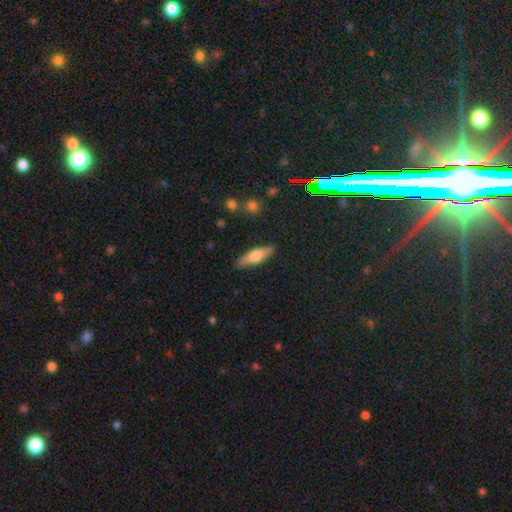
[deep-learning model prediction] Smooth or featured? smooth (58%)
How rounded? cigar-shaped (57%)
Merging? none (87%)